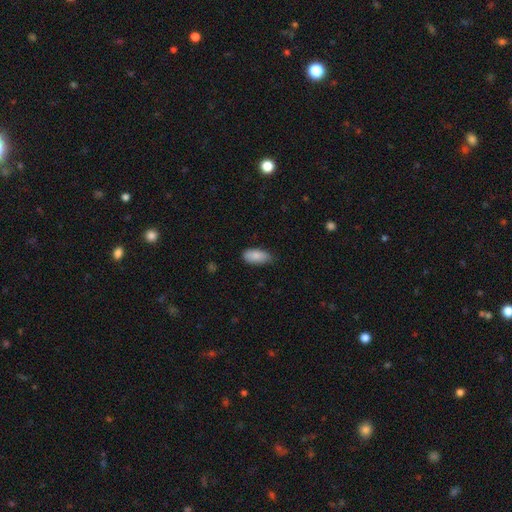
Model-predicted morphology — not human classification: A smooth galaxy with no disk features (86%) that is in between round and cigar-shaped (92%). Merging: none (73%).